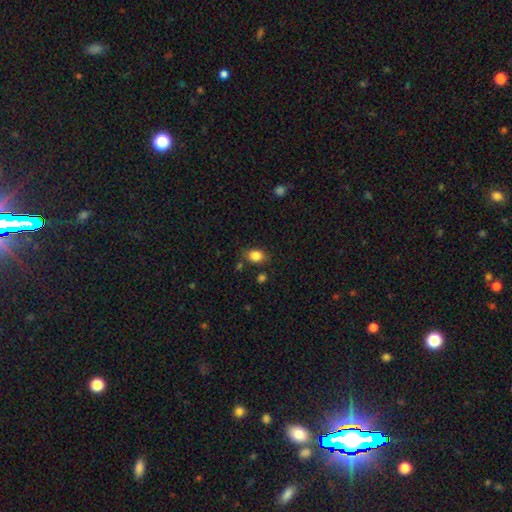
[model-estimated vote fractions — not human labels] This appears to be a smooth galaxy with no disk features (84%) that is in between round and cigar-shaped (59%). Merging: none (75%).